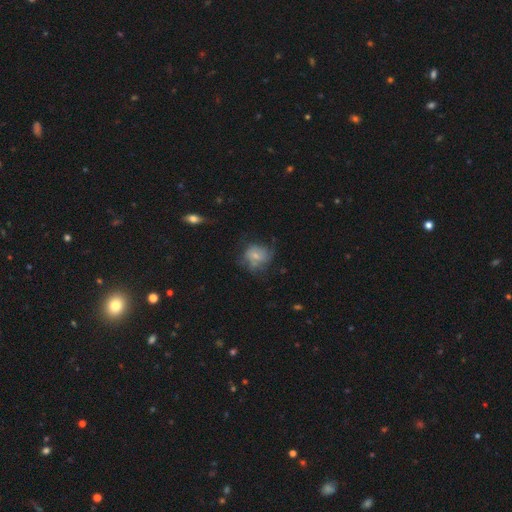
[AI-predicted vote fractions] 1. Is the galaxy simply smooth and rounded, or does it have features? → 52% smooth, 38% featured or disk, 11% star or artifact.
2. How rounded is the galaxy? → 63% round, 36% in between, 1% cigar-shaped.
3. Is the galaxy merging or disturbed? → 47% none, 28% minor disturbance, 21% major disturbance, 3% merger.